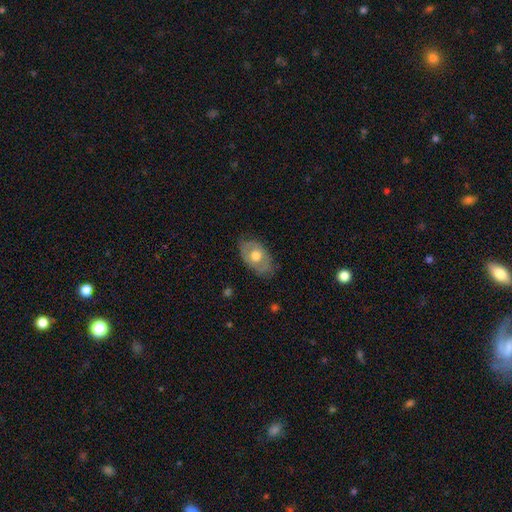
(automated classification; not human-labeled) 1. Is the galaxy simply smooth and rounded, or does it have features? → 51% smooth, 42% featured or disk, 7% star or artifact.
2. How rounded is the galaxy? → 86% in between, 13% round, 1% cigar-shaped.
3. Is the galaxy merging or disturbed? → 73% none, 21% minor disturbance, 5% major disturbance, 1% merger.